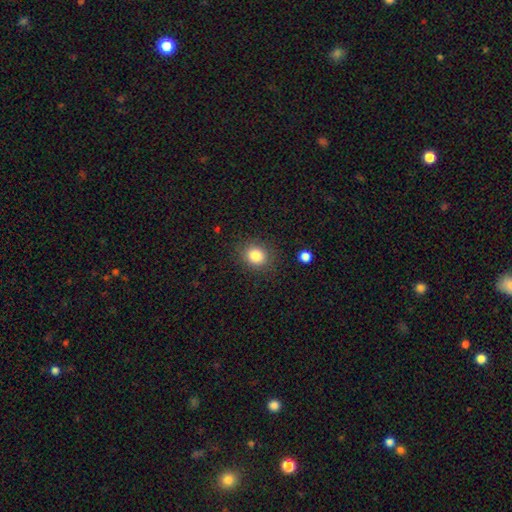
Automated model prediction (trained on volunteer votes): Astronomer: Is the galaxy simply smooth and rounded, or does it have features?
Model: smooth — 84%.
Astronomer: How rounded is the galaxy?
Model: round — 70%.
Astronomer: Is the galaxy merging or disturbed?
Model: none — 85%.